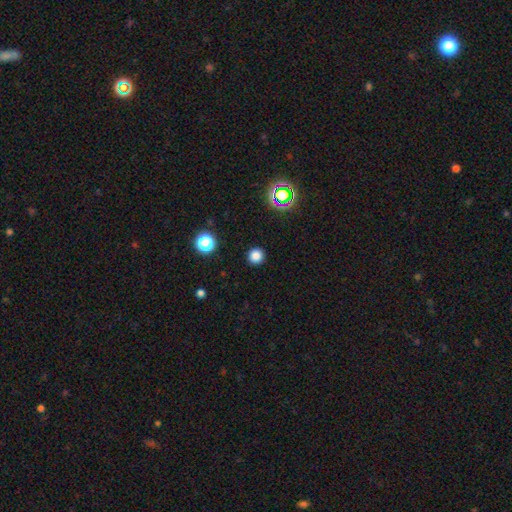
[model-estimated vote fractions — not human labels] Overall: smooth (81%). How rounded: round (95%). Merging: none (92%).